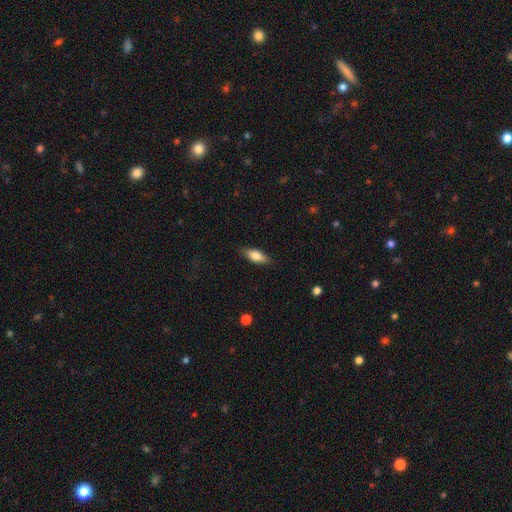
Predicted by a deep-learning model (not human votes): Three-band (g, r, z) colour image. It shows a smooth galaxy with no disk features (71%) that is in between round and cigar-shaped (71%). Merging: none (85%).